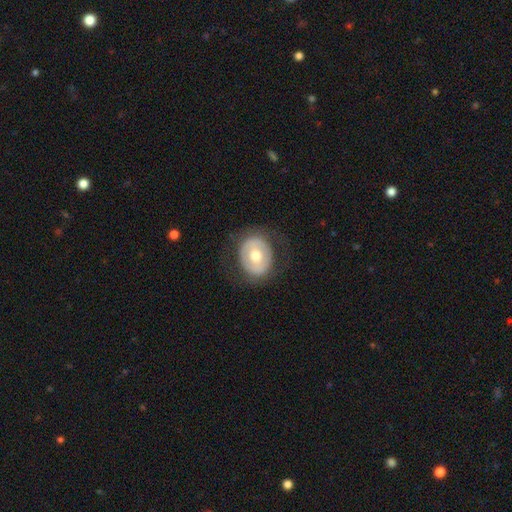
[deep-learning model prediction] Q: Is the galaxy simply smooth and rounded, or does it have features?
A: smooth — 50%.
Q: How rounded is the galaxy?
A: round — 61%.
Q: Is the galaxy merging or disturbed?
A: none — 77%.